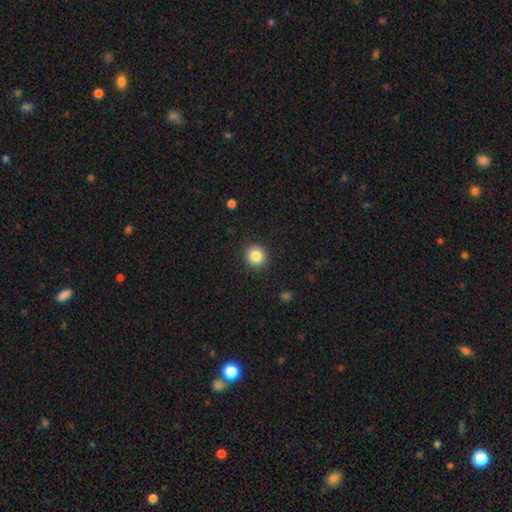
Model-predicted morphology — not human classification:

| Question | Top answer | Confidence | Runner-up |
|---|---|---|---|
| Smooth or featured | smooth | 85% | star or artifact (10%) |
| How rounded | round | 93% | in between (6%) |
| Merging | none | 91% | minor disturbance (6%) |